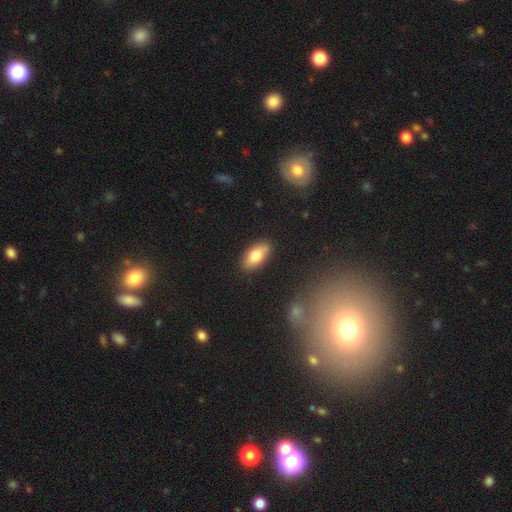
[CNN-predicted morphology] smooth 78%, featured or disk 15%, star or artifact 7%. Down the decision tree: how rounded — in between (90%); merging — none (85%).